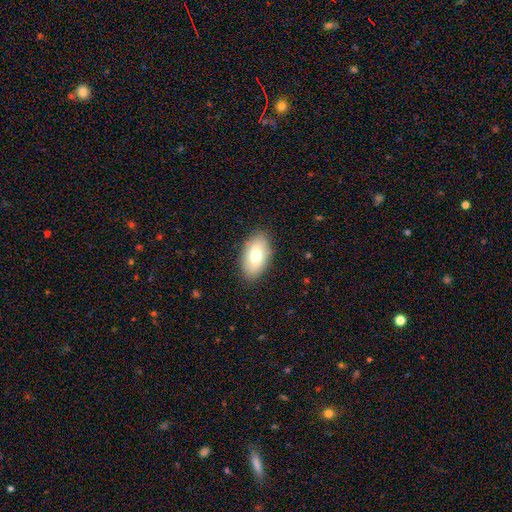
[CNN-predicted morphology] Q: Smooth or featured?
A: smooth (71%); runner-up: featured or disk (21%)
Q: How rounded?
A: in between (92%); runner-up: round (6%)
Q: Merging?
A: none (85%); runner-up: minor disturbance (11%)